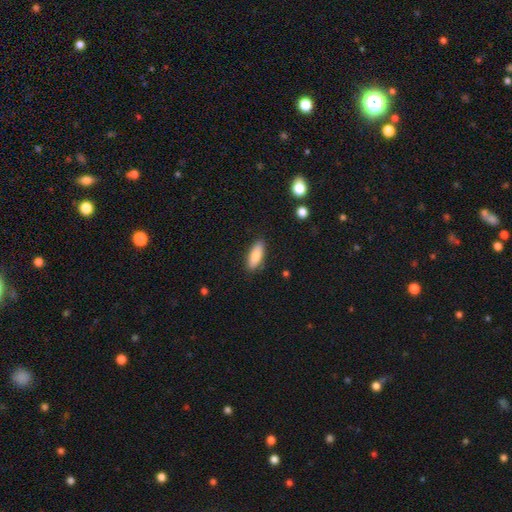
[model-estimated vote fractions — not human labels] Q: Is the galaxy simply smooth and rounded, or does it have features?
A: smooth — 82%.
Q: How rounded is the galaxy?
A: in between — 69%.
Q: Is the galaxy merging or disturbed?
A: none — 86%.